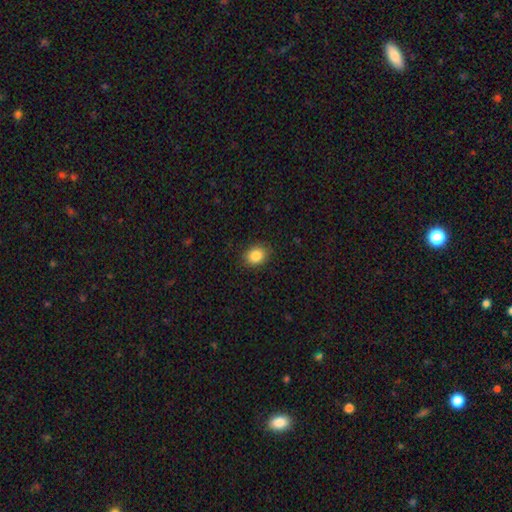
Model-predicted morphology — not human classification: Smooth or featured?
  - smooth: 86% *
  - star or artifact: 9%
  - featured or disk: 5%
How rounded?
  - in between: 51% *
  - round: 48%
  - cigar-shaped: 1%
Merging?
  - none: 88% *
  - minor disturbance: 9%
  - major disturbance: 2%
  - merger: 1%